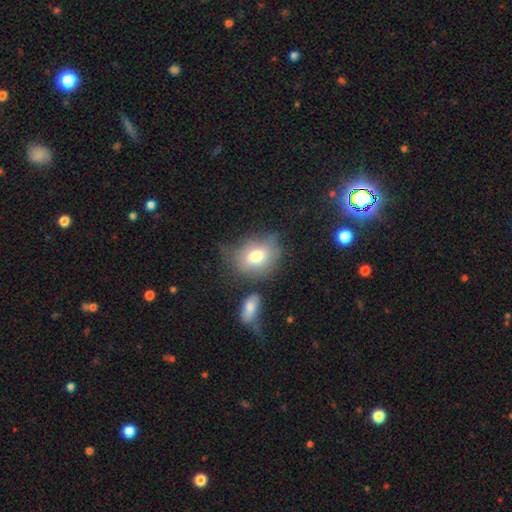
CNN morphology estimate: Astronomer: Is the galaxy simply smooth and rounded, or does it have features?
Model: smooth — 72%.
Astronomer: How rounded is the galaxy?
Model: in between — 52% (runner-up: round, 46%).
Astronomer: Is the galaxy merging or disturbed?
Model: none — 54%.